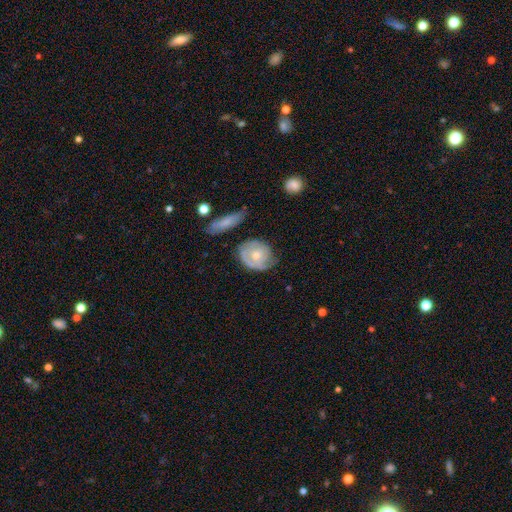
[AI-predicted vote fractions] A featured or disk galaxy (60%) with no bar (80%), spiral arms (73%) and a moderate central bulge (53%).

Vote fractions:
- Smooth or featured? featured or disk: 60% / smooth: 34% / star or artifact: 5%
- Edge-on disk? no: 95% / yes: 5%
- Bar? no: 80% / weak: 17% / strong: 3%
- Spiral arms? yes: 73% / no: 27%
- Bulge size? moderate: 53% / small: 42% / large: 2% / none: 2% / dominant: 1%
- Merging? none: 55% / minor disturbance: 29% / major disturbance: 11% / merger: 4%